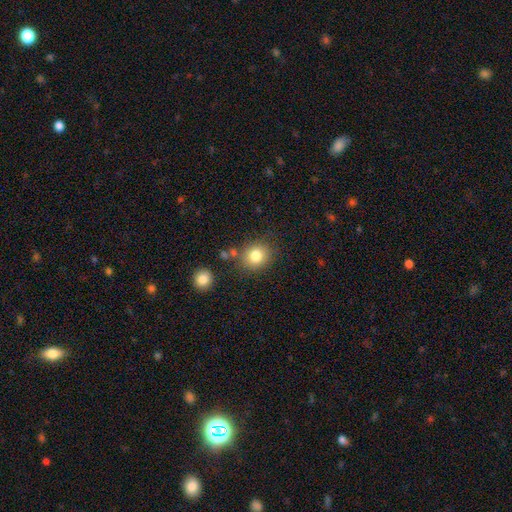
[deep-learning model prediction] A smooth galaxy with no disk features (82%) that is round (77%). Merging: none (78%).